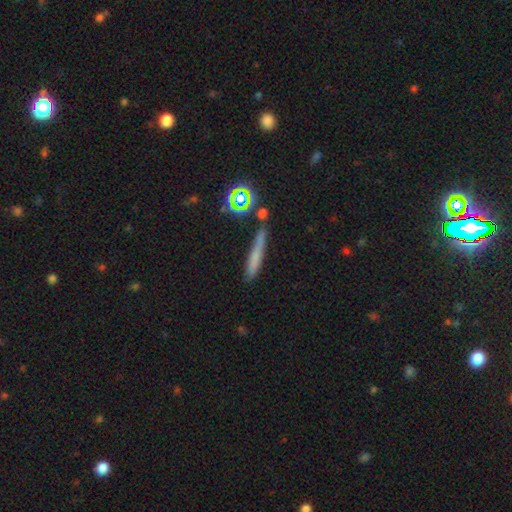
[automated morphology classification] Overall: smooth (60%; featured or disk 22%). How rounded: cigar-shaped (87%). Merging: none (74%).